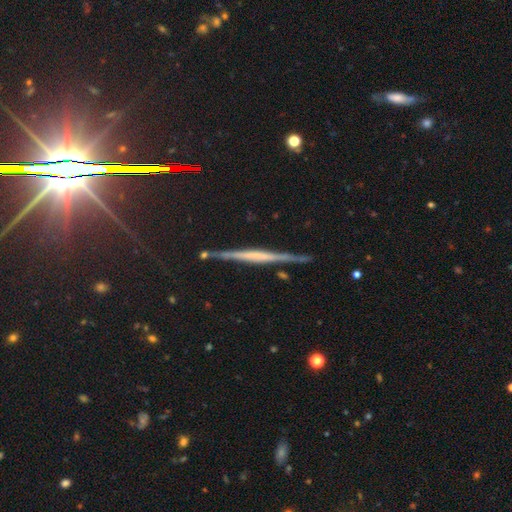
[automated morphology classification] Overall: featured or disk (66%). Edge-on disk: yes (97%). Edge-on bulge: none (54%; rounded 29%). Merging: none (86%).